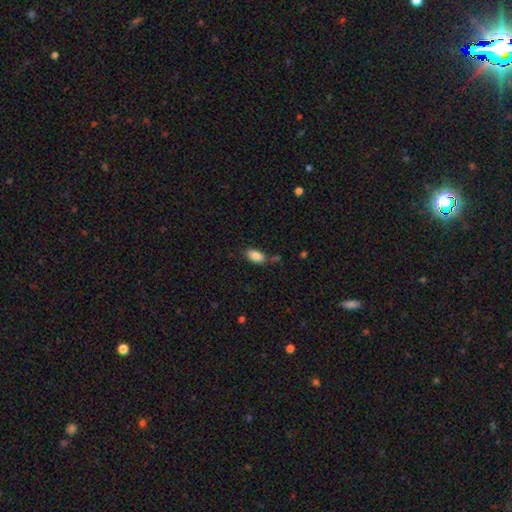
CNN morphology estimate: Smooth or featured: smooth — 87% (star or artifact — 8%)
How rounded: in between — 92% (cigar-shaped — 4%)
Merging: none — 72% (minor disturbance — 17%)